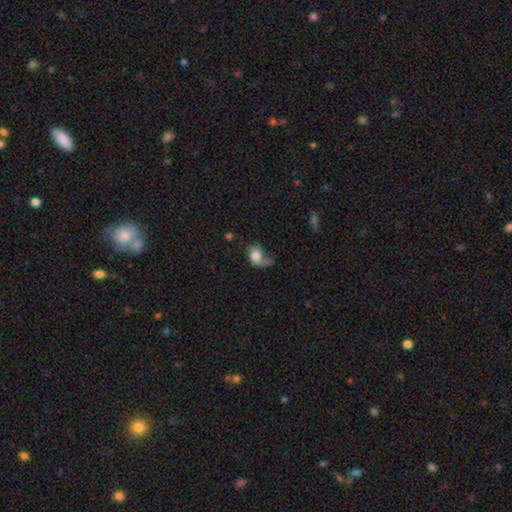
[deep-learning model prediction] Morphology: type=smooth (64%); roundness=in between (64%); merging=major disturbance (46%).